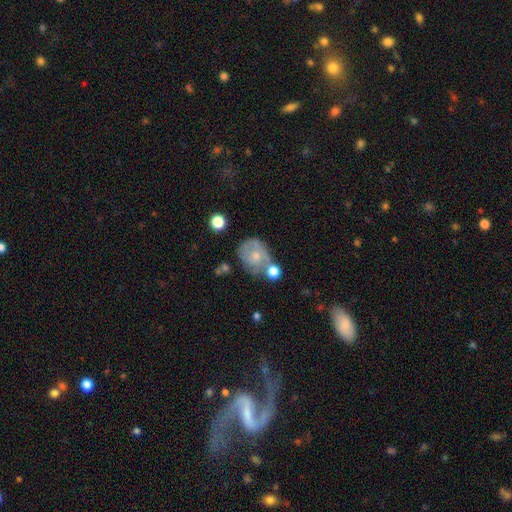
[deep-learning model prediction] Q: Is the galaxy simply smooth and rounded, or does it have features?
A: smooth — 46%.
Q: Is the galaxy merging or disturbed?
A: none — 41%.